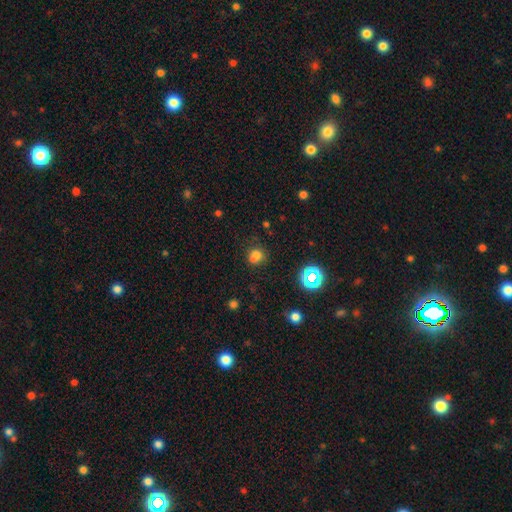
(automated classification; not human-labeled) A smooth galaxy with no disk features (71%) that is round (73%).

Vote fractions:
- Smooth or featured? smooth: 71% / star or artifact: 21% / featured or disk: 8%
- How rounded? round: 73% / in between: 26% / cigar-shaped: 1%
- Merging? none: 61% / merger: 18% / minor disturbance: 16% / major disturbance: 6%